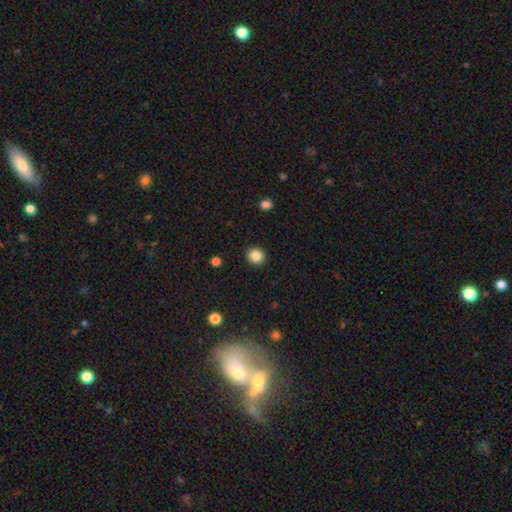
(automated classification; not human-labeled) Smooth or featured? smooth (86%)
How rounded? round (86%)
Merging? none (92%)